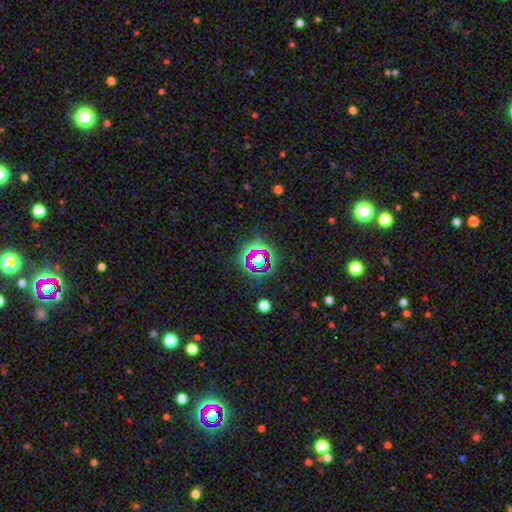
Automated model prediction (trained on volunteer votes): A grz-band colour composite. It shows a star or artifact, not a galaxy (67%).